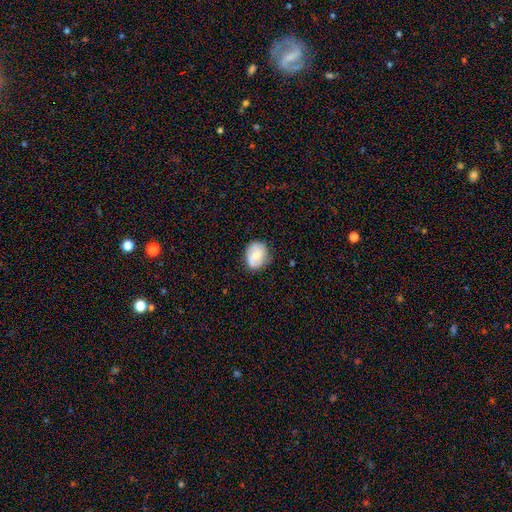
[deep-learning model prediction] Smooth or featured: smooth — 52% (featured or disk — 41%)
How rounded: round — 63% (in between — 36%)
Merging: none — 71% (minor disturbance — 22%)